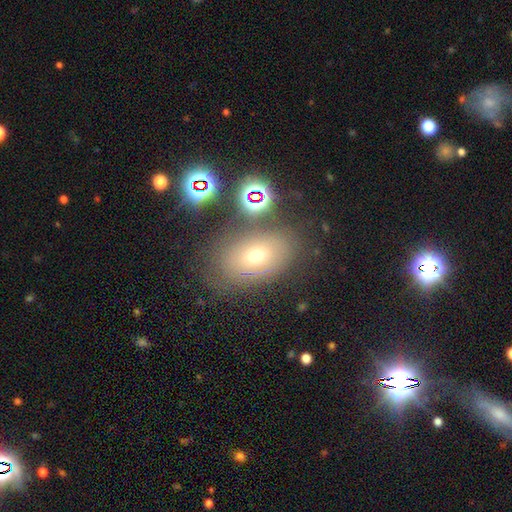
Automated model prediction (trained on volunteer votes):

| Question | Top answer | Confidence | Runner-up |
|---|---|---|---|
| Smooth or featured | smooth | 45% | featured or disk (35%) |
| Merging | none | 71% | minor disturbance (16%) |